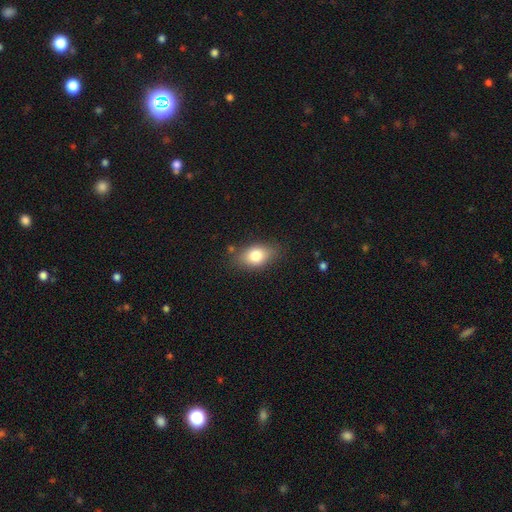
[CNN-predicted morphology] smooth_or_featured: smooth (p=0.79) [alt: featured or disk p=0.12]
how_rounded: in between (p=0.83) [alt: round p=0.15]
merging: none (p=0.79) [alt: minor disturbance p=0.15]